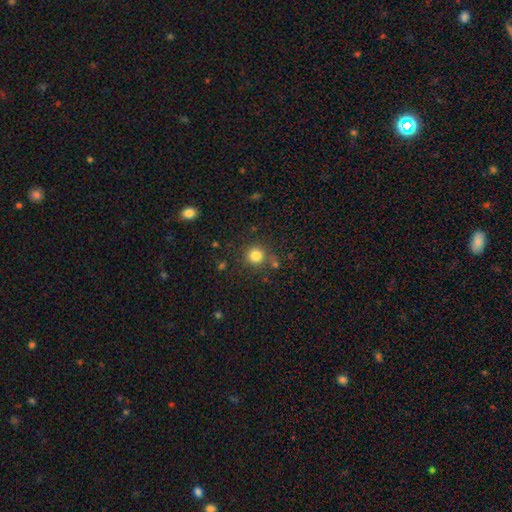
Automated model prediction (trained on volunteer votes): The model was most divided on "merging": none: 77%, minor disturbance: 10%, merger: 8%, major disturbance: 4%. More confident: how rounded — round (92%); smooth or featured — smooth (82%).